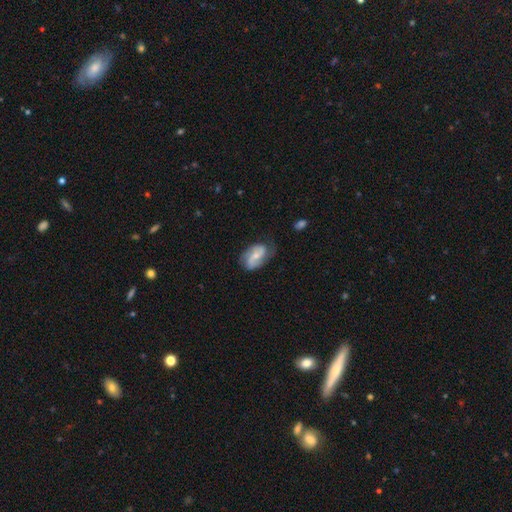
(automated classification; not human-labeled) featured or disk 70%, smooth 24%, star or artifact 6%. Down the decision tree: edge-on disk — no (97%); bar — weak (44%); spiral arms — yes (91%); spiral arm count — 2 (84%); spiral winding — medium (42%); bulge size — small (50%); merging — none (62%).